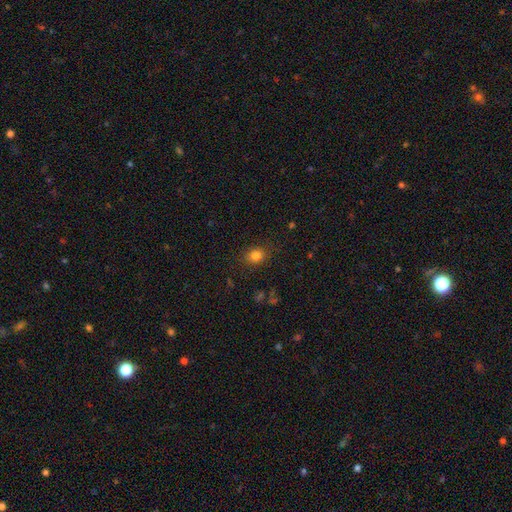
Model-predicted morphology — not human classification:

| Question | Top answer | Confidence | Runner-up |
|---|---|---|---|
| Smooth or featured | smooth | 82% | star or artifact (13%) |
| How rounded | round | 52% | in between (47%) |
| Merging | none | 86% | minor disturbance (10%) |